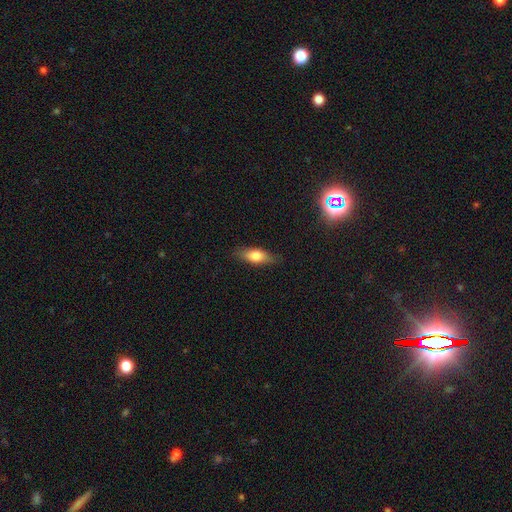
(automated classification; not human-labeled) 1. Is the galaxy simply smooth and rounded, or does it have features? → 73% smooth, 20% featured or disk, 7% star or artifact.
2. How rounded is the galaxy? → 70% in between, 26% cigar-shaped, 4% round.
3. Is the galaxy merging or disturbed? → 83% none, 13% minor disturbance, 3% major disturbance, 1% merger.